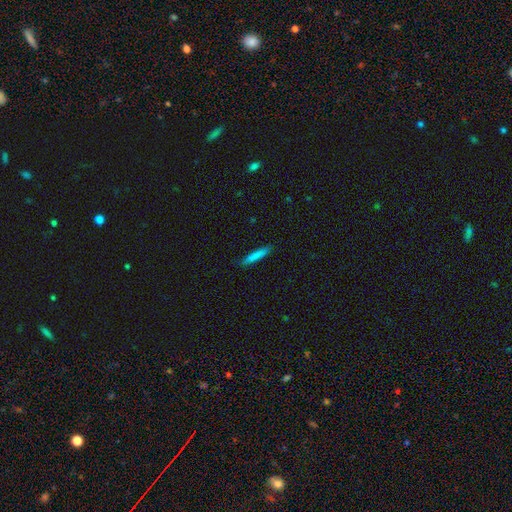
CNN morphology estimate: The model was most divided on "smooth or featured": smooth: 82%, featured or disk: 12%, star or artifact: 6%. More confident: how rounded — cigar-shaped (92%); merging — none (88%).